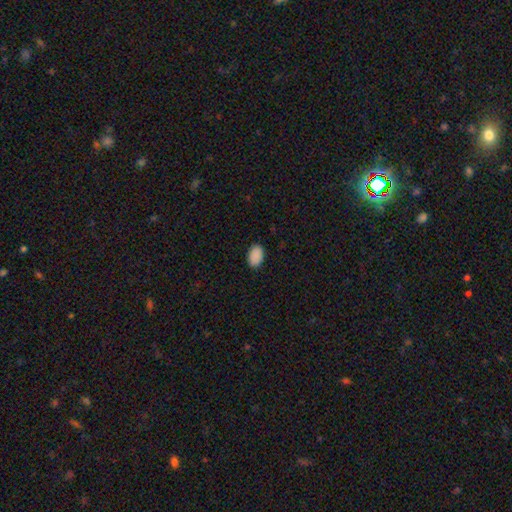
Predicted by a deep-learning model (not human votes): smooth-or-featured: smooth: 90% | star or artifact: 7% | featured or disk: 2%
  how-rounded: in between: 91% | round: 8% | cigar-shaped: 1%
  merging: none: 89% | minor disturbance: 8% | major disturbance: 2% | merger: 1%